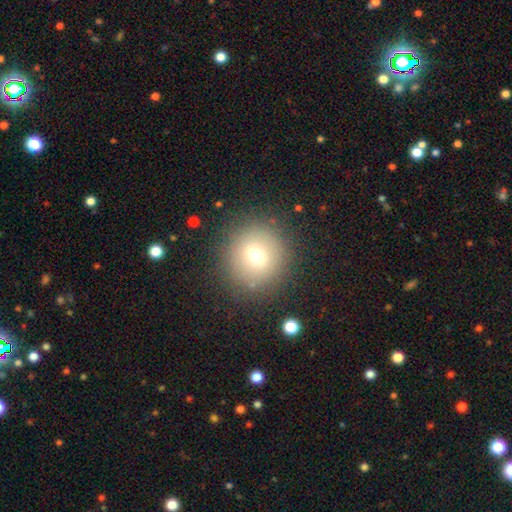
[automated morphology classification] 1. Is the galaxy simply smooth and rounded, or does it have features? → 69% smooth, 19% featured or disk, 13% star or artifact.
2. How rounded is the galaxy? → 89% round, 9% in between, 1% cigar-shaped.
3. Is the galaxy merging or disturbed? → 86% none, 8% minor disturbance, 4% major disturbance, 2% merger.